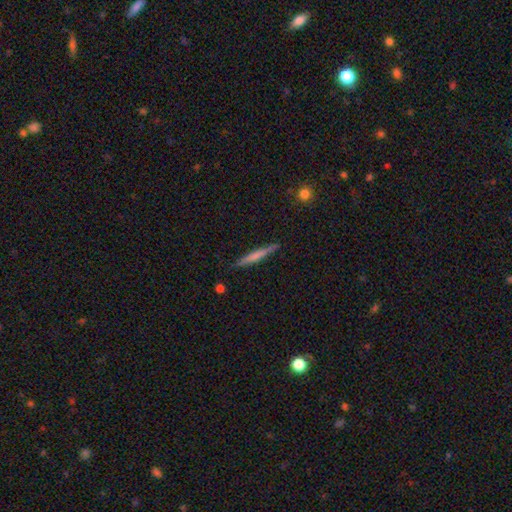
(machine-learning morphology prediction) This appears to be a smooth galaxy with no disk features (53%) that is cigar-shaped (95%). Merging: none (86%).